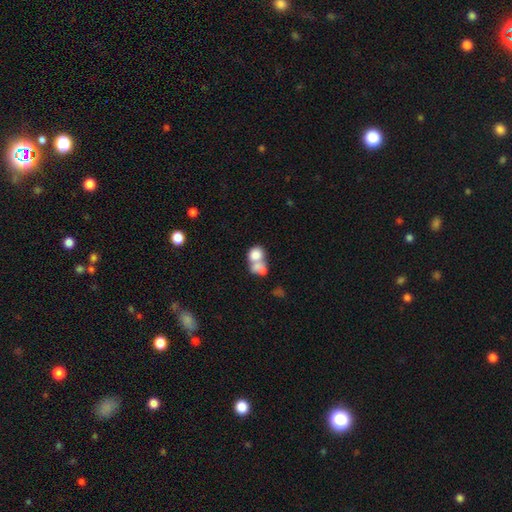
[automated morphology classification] Smooth or featured? smooth (72%)
How rounded? round (52%)
Merging? merger (67%)